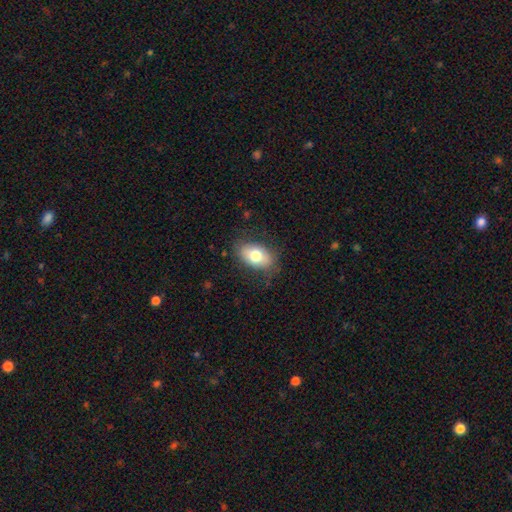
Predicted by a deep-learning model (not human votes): smooth-or-featured: smooth: 75% | featured or disk: 18% | star or artifact: 7%
  how-rounded: in between: 90% | round: 9% | cigar-shaped: 2%
  merging: none: 79% | minor disturbance: 15% | major disturbance: 5% | merger: 1%